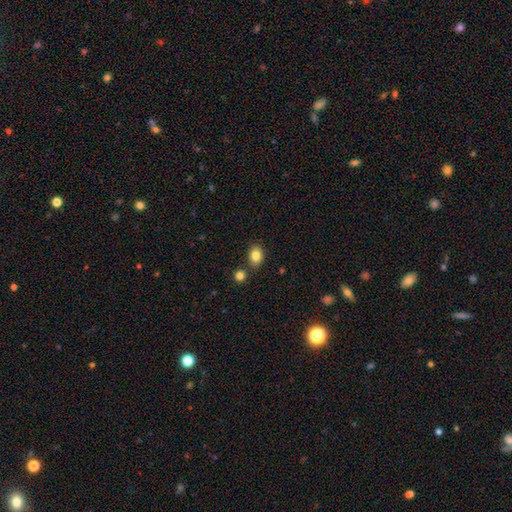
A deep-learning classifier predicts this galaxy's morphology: Smooth or featured: smooth — 84% (star or artifact — 10%)
How rounded: in between — 62% (round — 37%)
Merging: none — 78% (minor disturbance — 11%)